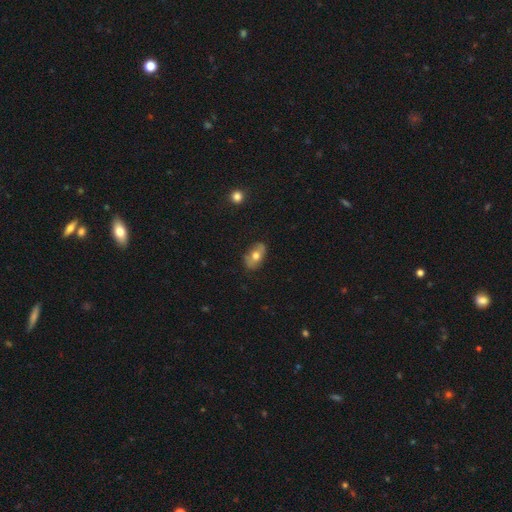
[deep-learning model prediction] Smooth or featured? Predicted: smooth (p=0.58). How rounded? Predicted: in between (p=0.87). Merging? Predicted: none (p=0.79).